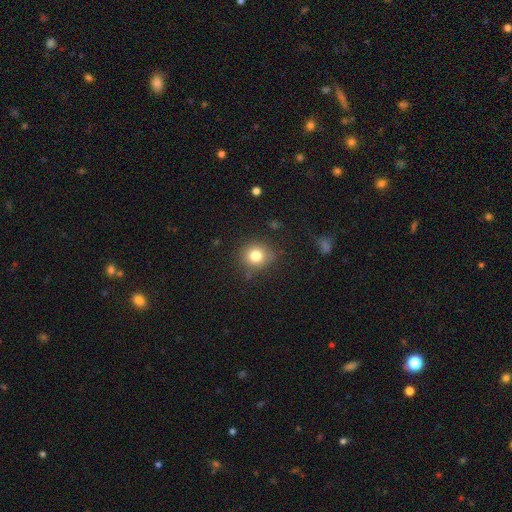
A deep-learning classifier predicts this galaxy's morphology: Overall: smooth (79%). How rounded: round (84%). Merging: none (81%).